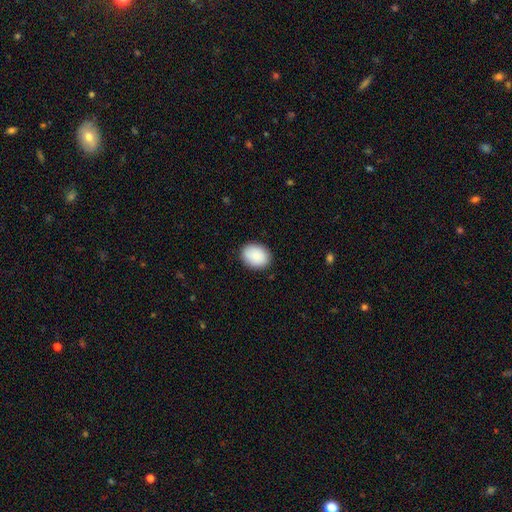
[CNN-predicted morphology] Smooth or featured? smooth (88%)
How rounded? in between (67%)
Merging? none (88%)